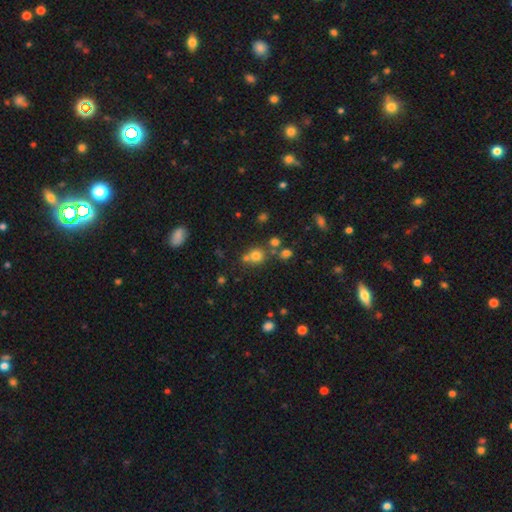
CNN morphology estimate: smooth 72%, star or artifact 18%, featured or disk 10%. Down the decision tree: how rounded — round (83%); merging — none (60%).